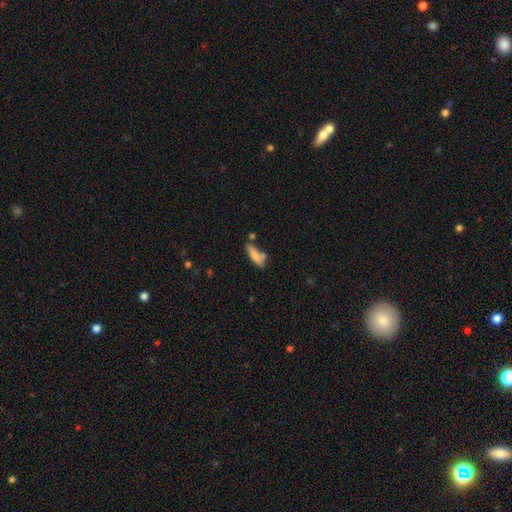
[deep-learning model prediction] Smooth or featured? Predicted: smooth (p=0.74). How rounded? Predicted: in between (p=0.49, tied with cigar-shaped). Merging? Predicted: none (p=0.53).